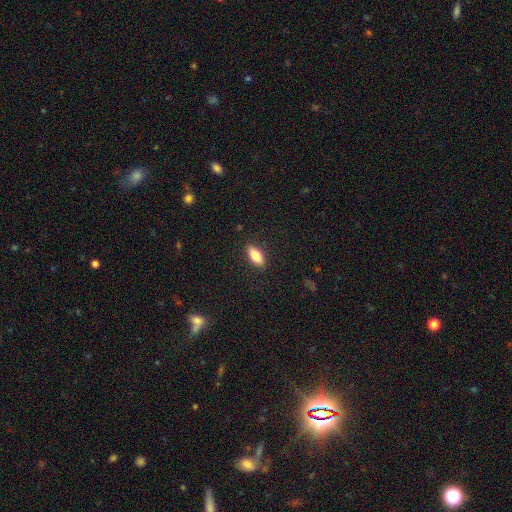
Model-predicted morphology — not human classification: Smooth or featured: smooth — 81% (featured or disk — 12%)
How rounded: in between — 81% (cigar-shaped — 16%)
Merging: none — 88% (minor disturbance — 9%)